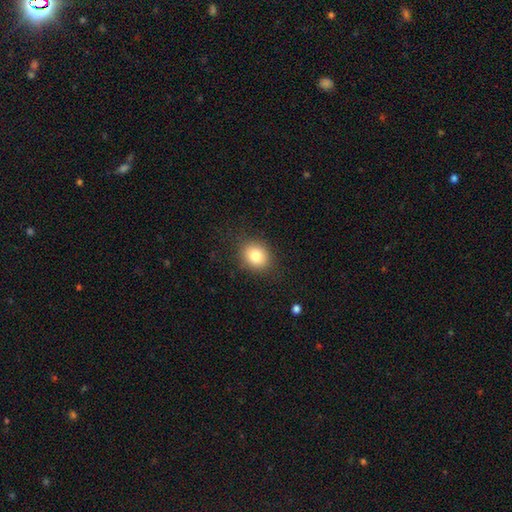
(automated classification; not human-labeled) smooth-or-featured: smooth: 81% | star or artifact: 10% | featured or disk: 9%
  how-rounded: round: 63% | in between: 36% | cigar-shaped: 1%
  merging: none: 86% | minor disturbance: 9% | major disturbance: 3% | merger: 1%